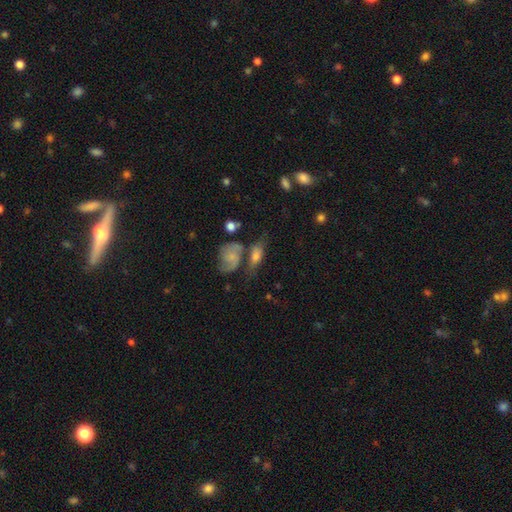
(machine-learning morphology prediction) Smooth or featured? Predicted: smooth (p=0.52). How rounded? Predicted: in between (p=0.71). Merging? Predicted: none (p=0.43).